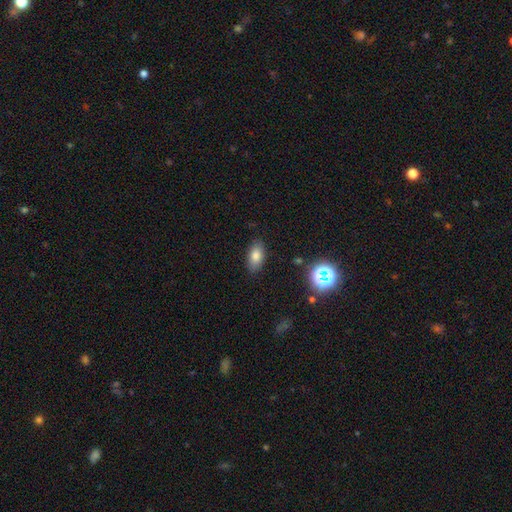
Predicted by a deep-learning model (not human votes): Q: Smooth or featured?
A: smooth (77%); runner-up: star or artifact (12%)
Q: How rounded?
A: in between (89%); runner-up: round (7%)
Q: Merging?
A: none (86%); runner-up: minor disturbance (10%)